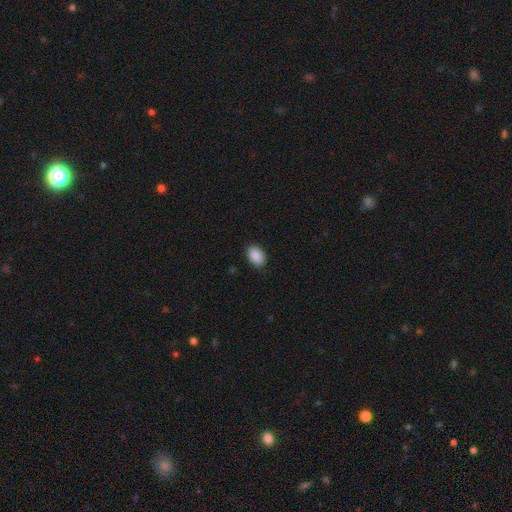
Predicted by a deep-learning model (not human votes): Smooth or featured?
  - smooth: 90% *
  - star or artifact: 7%
  - featured or disk: 3%
How rounded?
  - in between: 90% *
  - round: 9%
  - cigar-shaped: 1%
Merging?
  - none: 88% *
  - minor disturbance: 9%
  - major disturbance: 2%
  - merger: 1%